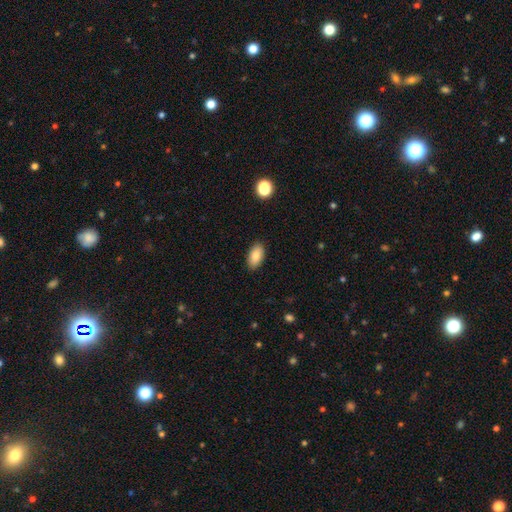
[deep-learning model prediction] Overall: smooth (86%). How rounded: in between (93%). Merging: none (89%).